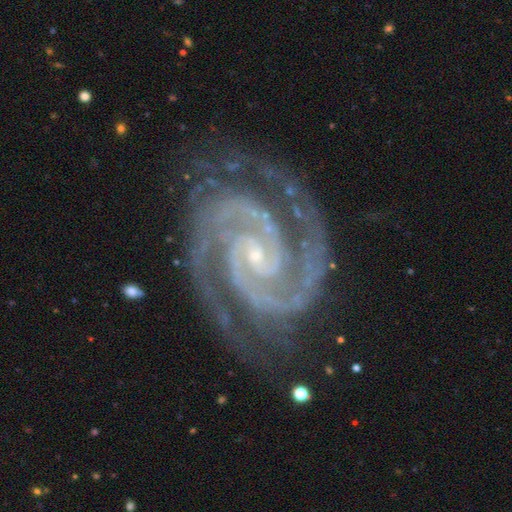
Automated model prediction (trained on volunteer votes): The model was most divided on "bar": no: 46%, weak: 34%, strong: 20%. More confident: spiral arms — yes (99%); edge-on disk — no (98%); smooth or featured — featured or disk (94%); spiral arm count — 2 (90%); bulge size — small (83%); merging — none (78%); spiral winding — tight (72%).